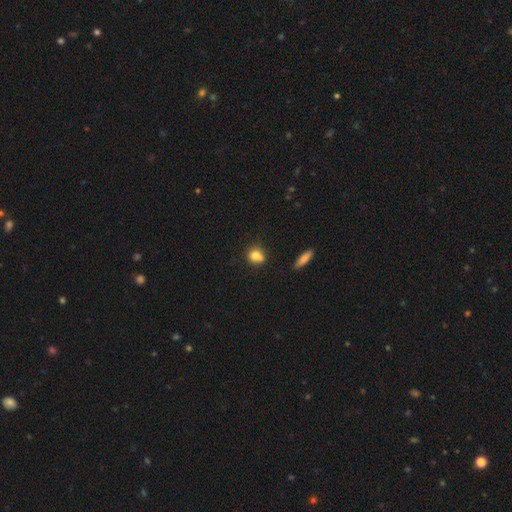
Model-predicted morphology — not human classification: This appears to be a smooth galaxy with no disk features (78%) that is round (66%). Merging: none (55%).